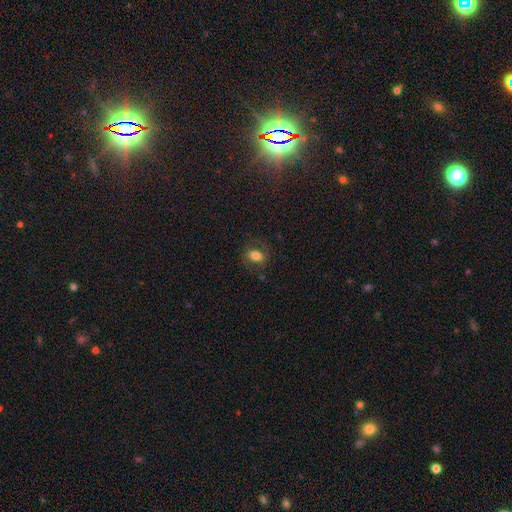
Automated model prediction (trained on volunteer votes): Smooth or featured? Predicted: smooth (p=0.67). How rounded? Predicted: in between (p=0.74). Merging? Predicted: none (p=0.71).